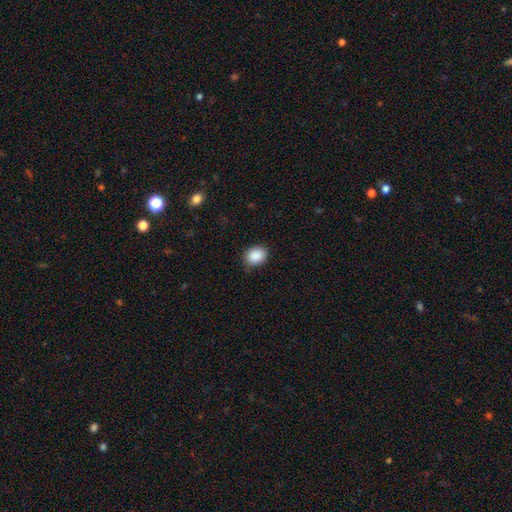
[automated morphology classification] The model was most divided on "how rounded": in between: 59%, round: 41%, cigar-shaped: 1%. More confident: smooth or featured — smooth (89%); merging — none (83%).